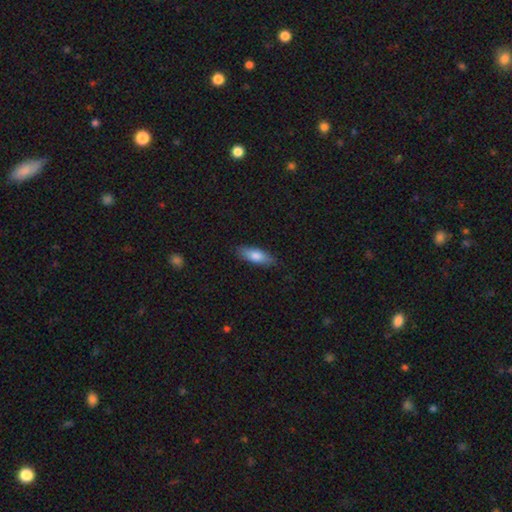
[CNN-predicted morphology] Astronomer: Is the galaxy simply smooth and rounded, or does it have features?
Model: smooth — 76%.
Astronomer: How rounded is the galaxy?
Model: in between — 61% (runner-up: cigar-shaped, 37%).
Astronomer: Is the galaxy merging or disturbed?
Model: none — 86%.